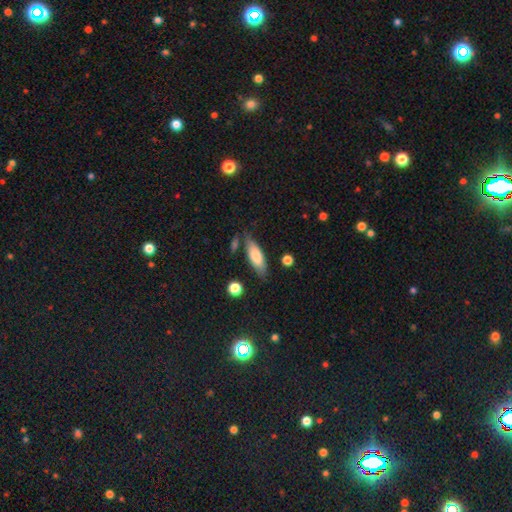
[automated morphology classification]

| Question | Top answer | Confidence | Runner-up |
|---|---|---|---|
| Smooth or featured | smooth | 73% | featured or disk (21%) |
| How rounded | in between | 59% | cigar-shaped (39%) |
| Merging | none | 75% | minor disturbance (16%) |